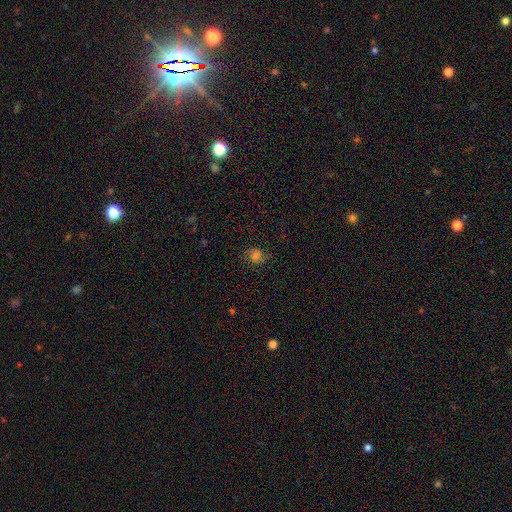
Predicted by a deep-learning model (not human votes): Morphology: type=smooth (58%); roundness=round (61%); merging=none (73%).